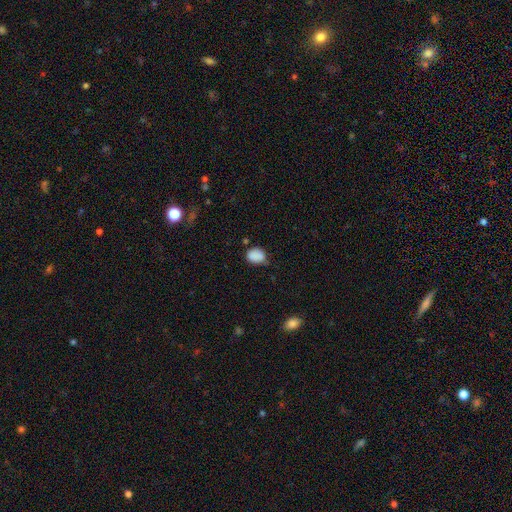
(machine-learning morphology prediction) Smooth or featured?
  - smooth: 86% *
  - star or artifact: 9%
  - featured or disk: 5%
How rounded?
  - in between: 57% *
  - round: 42%
  - cigar-shaped: 1%
Merging?
  - none: 62% *
  - minor disturbance: 28%
  - major disturbance: 6%
  - merger: 4%